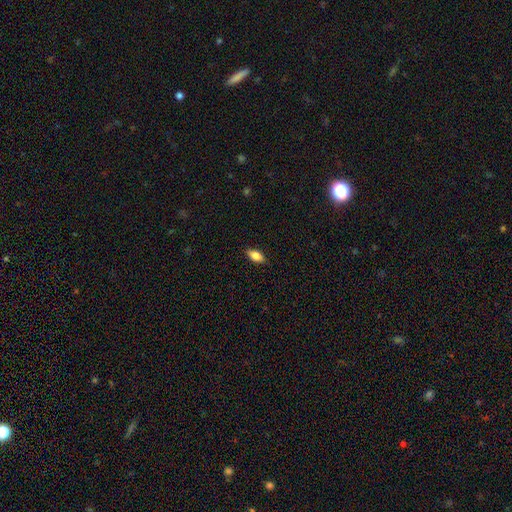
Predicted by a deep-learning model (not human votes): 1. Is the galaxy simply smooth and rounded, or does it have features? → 81% smooth, 11% featured or disk, 7% star or artifact.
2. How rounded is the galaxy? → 87% in between, 9% cigar-shaped, 4% round.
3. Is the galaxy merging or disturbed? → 88% none, 10% minor disturbance, 2% major disturbance, 1% merger.